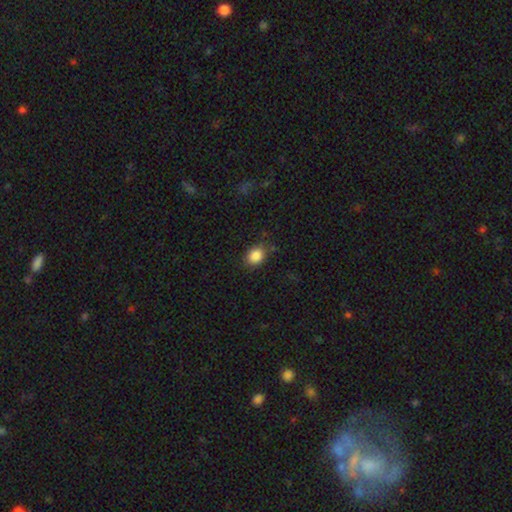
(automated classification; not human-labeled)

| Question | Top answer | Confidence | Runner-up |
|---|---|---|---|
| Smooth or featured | smooth | 86% | star or artifact (9%) |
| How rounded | in between | 53% | round (45%) |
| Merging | none | 79% | minor disturbance (15%) |